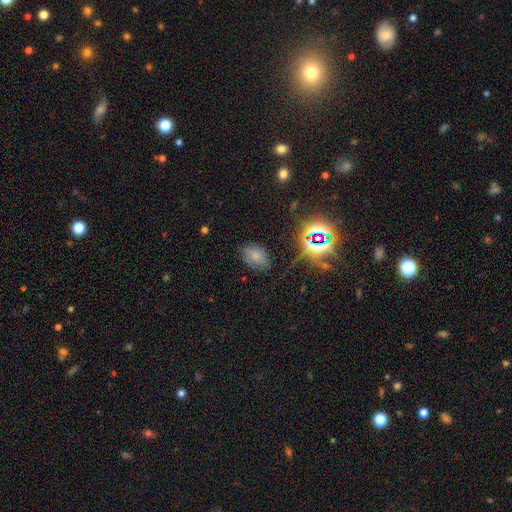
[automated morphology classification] A smooth galaxy with no disk features (59%) that is in between round and cigar-shaped (83%). Merging: none (65%).